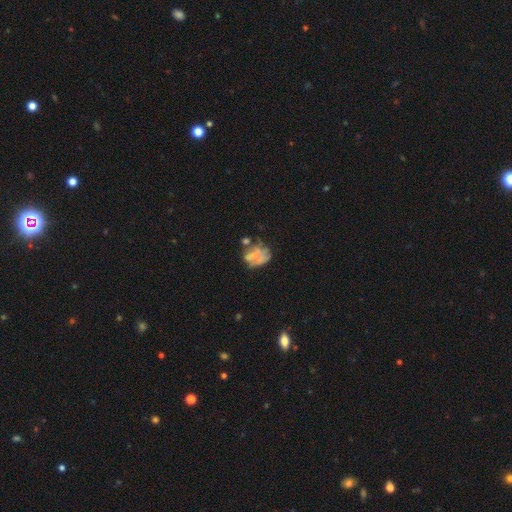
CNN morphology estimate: Smooth or featured? featured or disk (49%)
Merging? none (30%)